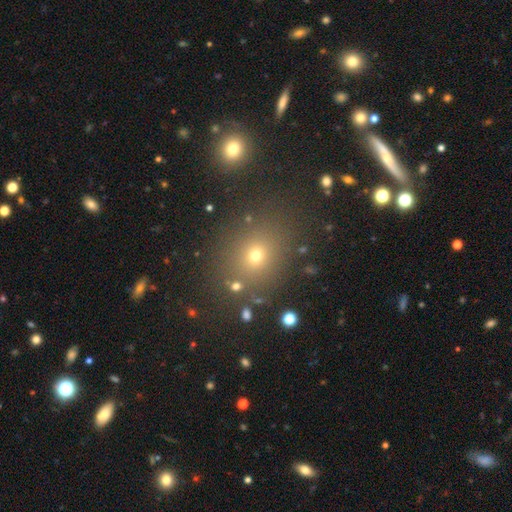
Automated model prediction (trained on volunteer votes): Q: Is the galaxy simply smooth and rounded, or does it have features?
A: smooth — 66%.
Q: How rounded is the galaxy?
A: round — 68%.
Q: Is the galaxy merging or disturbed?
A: none — 81%.